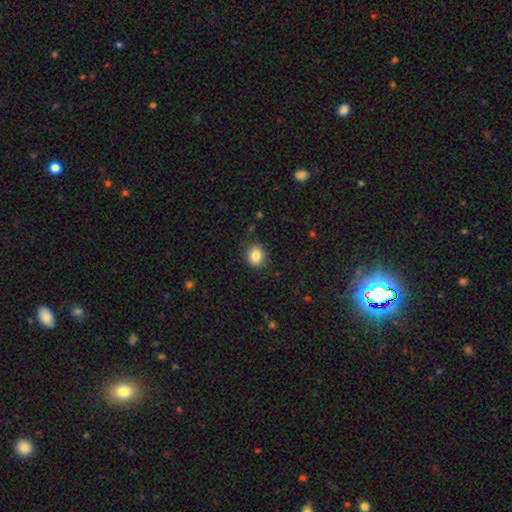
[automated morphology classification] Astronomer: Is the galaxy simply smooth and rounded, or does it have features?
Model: smooth — 85%.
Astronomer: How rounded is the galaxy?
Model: round — 68%.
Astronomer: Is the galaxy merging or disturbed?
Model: none — 86%.